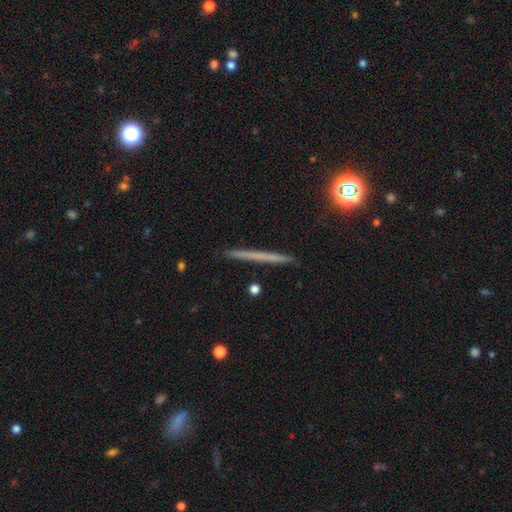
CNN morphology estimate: Q: Smooth or featured?
A: smooth (47%); runner-up: featured or disk (44%)
Q: Merging?
A: none (92%); runner-up: minor disturbance (6%)